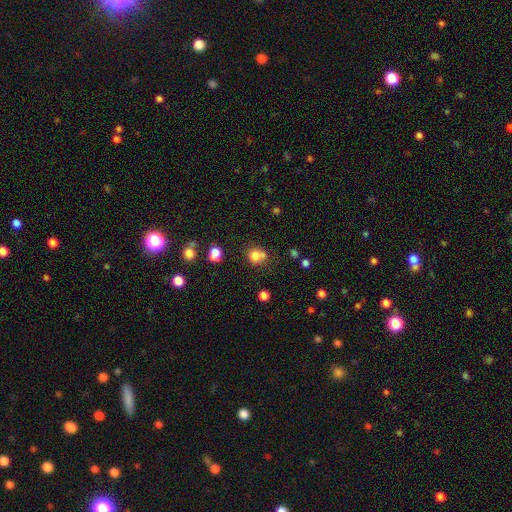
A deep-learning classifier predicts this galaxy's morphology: Smooth or featured? Predicted: smooth (p=0.77). How rounded? Predicted: round (p=0.77). Merging? Predicted: none (p=0.48).